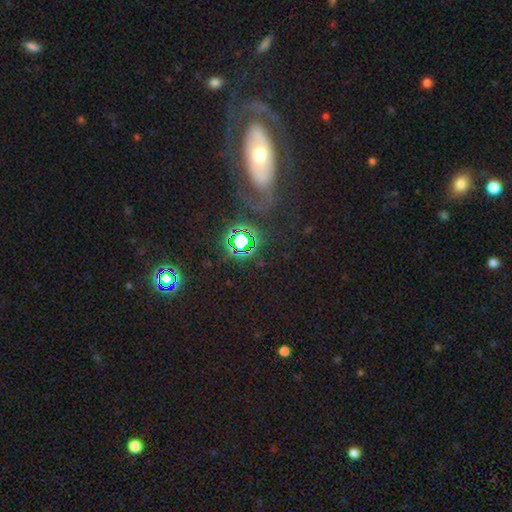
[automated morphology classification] Q: Smooth or featured?
A: featured or disk (47%); runner-up: star or artifact (28%)
Q: Merging?
A: none (70%); runner-up: minor disturbance (14%)